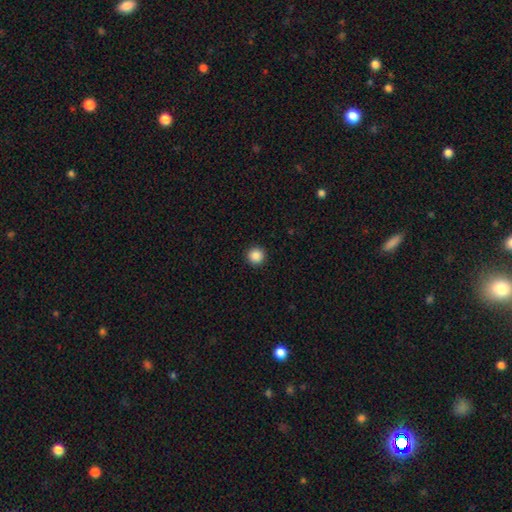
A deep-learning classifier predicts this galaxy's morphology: The model was most divided on "smooth or featured": smooth: 87%, star or artifact: 10%, featured or disk: 3%. More confident: how rounded — round (96%); merging — none (94%).